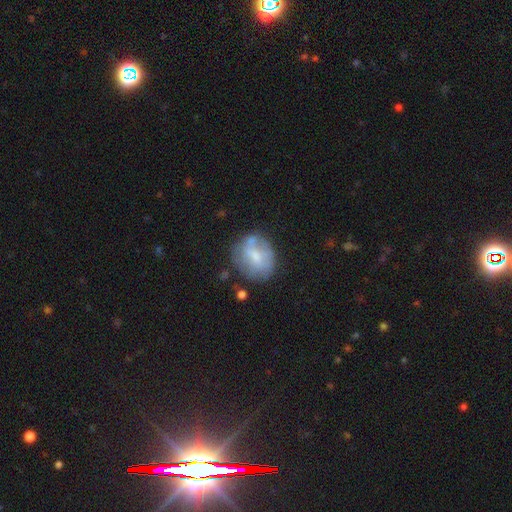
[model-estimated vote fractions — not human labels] Q: Smooth or featured?
A: smooth (52%); runner-up: featured or disk (39%)
Q: How rounded?
A: round (67%); runner-up: in between (32%)
Q: Merging?
A: none (58%); runner-up: minor disturbance (22%)